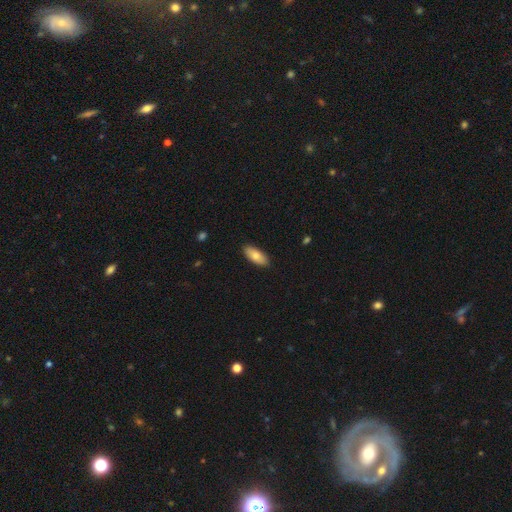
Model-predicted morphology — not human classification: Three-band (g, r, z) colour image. It shows a smooth galaxy with no disk features (79%) that is in between round and cigar-shaped (83%). Merging: none (89%).